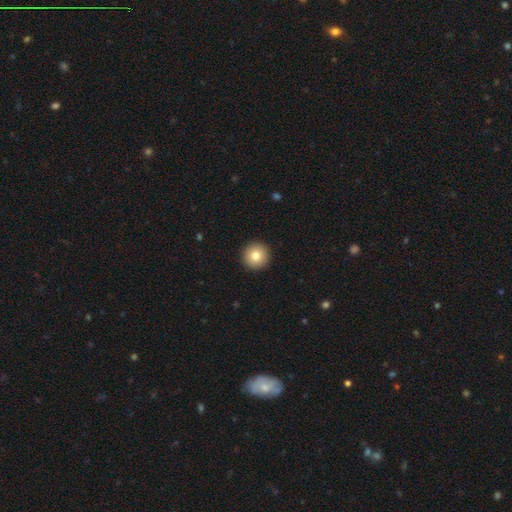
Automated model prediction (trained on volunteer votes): The model was most divided on "smooth or featured": smooth: 82%, star or artifact: 9%, featured or disk: 9%. More confident: how rounded — round (96%); merging — none (94%).